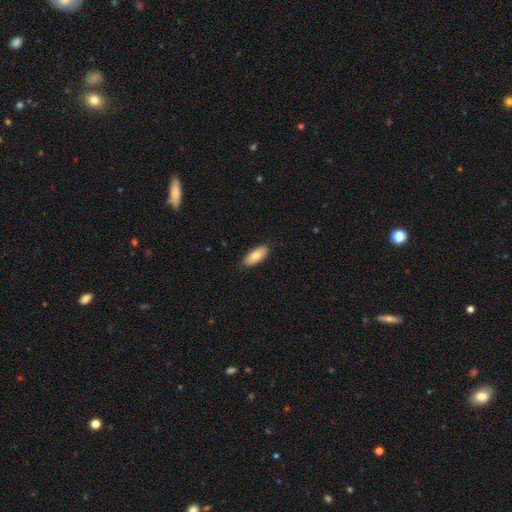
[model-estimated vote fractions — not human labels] Smooth or featured: smooth — 81% (featured or disk — 13%)
How rounded: in between — 87% (cigar-shaped — 11%)
Merging: none — 88% (minor disturbance — 9%)